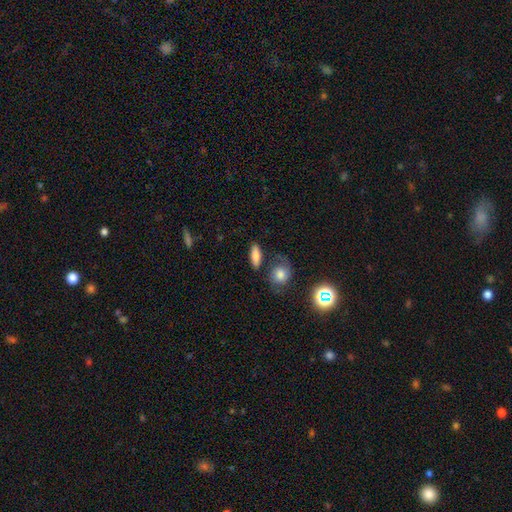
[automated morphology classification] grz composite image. It shows a smooth galaxy with no disk features (77%) that is in between round and cigar-shaped (64%). Merging: none (71%).